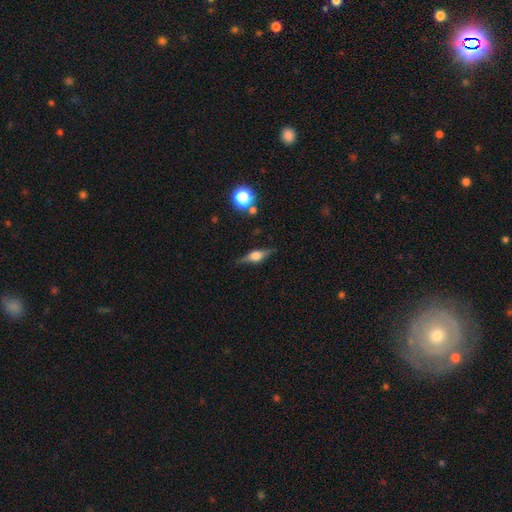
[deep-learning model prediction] Overall: featured or disk (72%). Edge-on disk: yes (96%). Edge-on bulge: rounded (90%). Merging: none (84%).